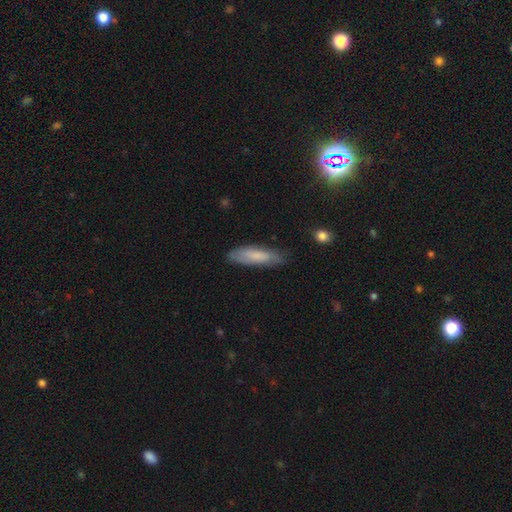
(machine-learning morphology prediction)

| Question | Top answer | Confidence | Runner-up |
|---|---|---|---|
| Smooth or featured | smooth | 71% | featured or disk (22%) |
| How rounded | cigar-shaped | 65% | in between (34%) |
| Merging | none | 77% | minor disturbance (18%) |